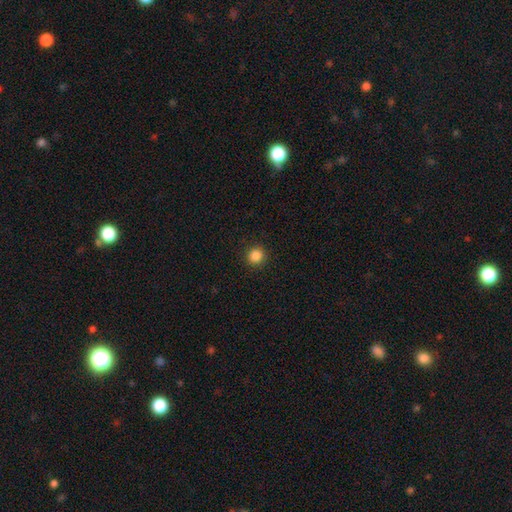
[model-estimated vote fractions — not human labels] smooth-or-featured: smooth: 86% | star or artifact: 11% | featured or disk: 3%
  how-rounded: round: 93% | in between: 6% | cigar-shaped: 1%
  merging: none: 93% | minor disturbance: 5% | major disturbance: 2% | merger: 1%